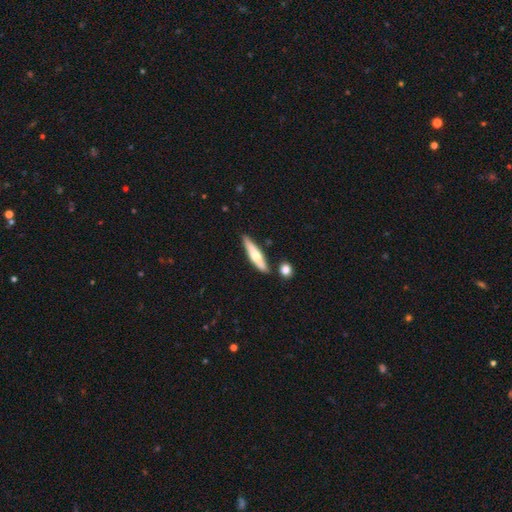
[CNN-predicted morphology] A smooth galaxy with no disk features (52%) that is cigar-shaped (80%). Merging: none (76%).